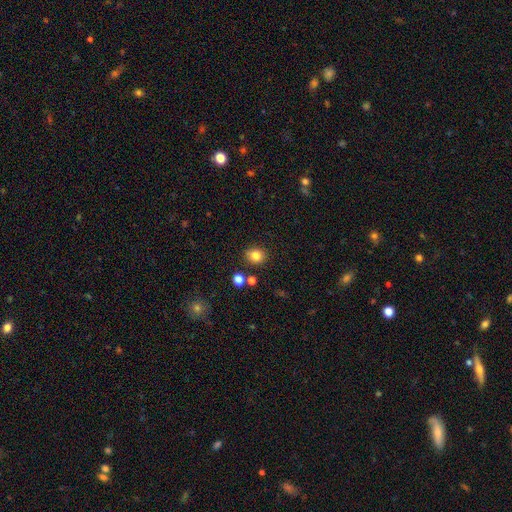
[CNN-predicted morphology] smooth-or-featured: smooth: 81% | star or artifact: 12% | featured or disk: 7%
  how-rounded: round: 75% | in between: 24% | cigar-shaped: 1%
  merging: none: 83% | minor disturbance: 9% | merger: 5% | major disturbance: 3%